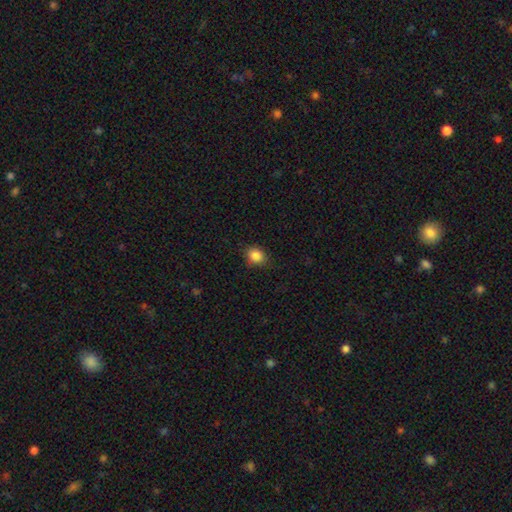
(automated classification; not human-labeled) This is clearly a smooth galaxy (86%). How rounded: possibly round (58%). Merging: clearly none (82%).